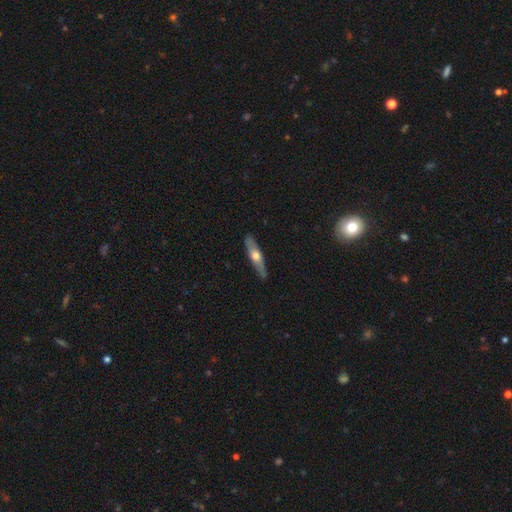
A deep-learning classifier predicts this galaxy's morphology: Q: Smooth or featured?
A: featured or disk (54%); runner-up: smooth (41%)
Q: Edge-on disk?
A: yes (88%); runner-up: no (12%)
Q: Merging?
A: none (87%); runner-up: minor disturbance (10%)